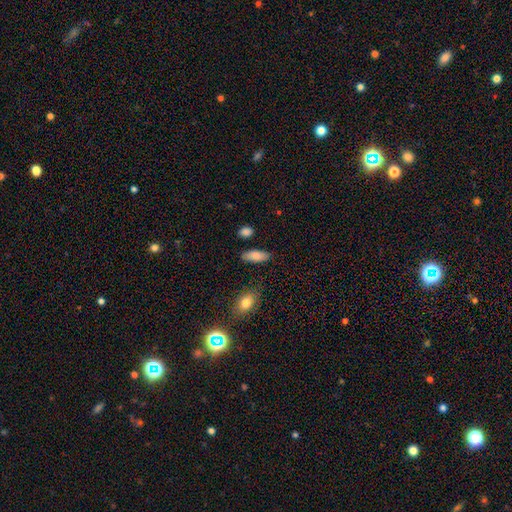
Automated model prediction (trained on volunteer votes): This is clearly a smooth galaxy (82%). How rounded: clearly in between (80%). Merging: clearly none (82%).